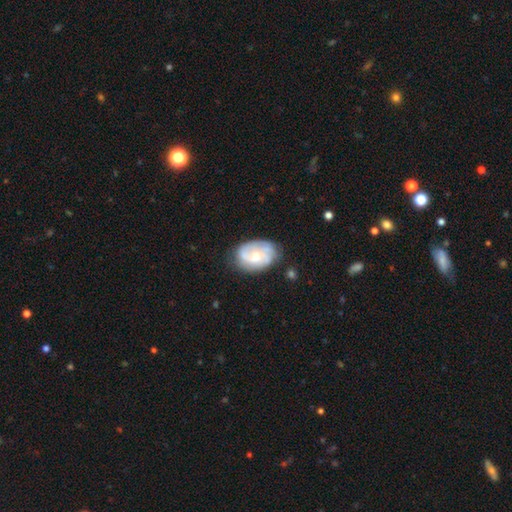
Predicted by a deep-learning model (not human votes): This is likely a featured or disk galaxy (67%). It is clearly not viewed edge-on (97%). Bar: likely no (67%). Spiral arm pattern: clearly yes (85%). Spiral arm count: marginally 2 (35%). Spiral winding: marginally tight (42%). Central bulge: possibly moderate (56%). Merging: likely none (66%).